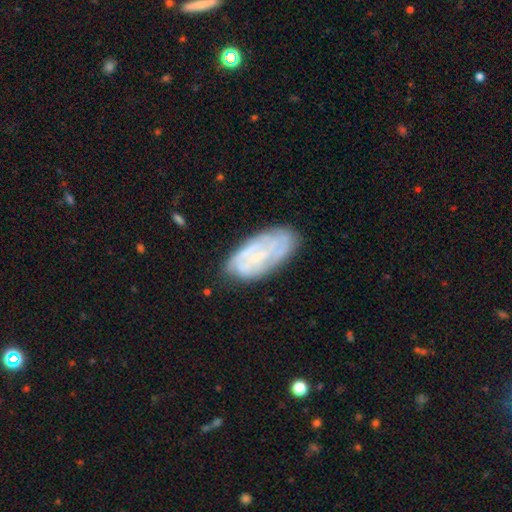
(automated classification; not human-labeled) Smooth or featured?
  - featured or disk: 62% *
  - smooth: 30%
  - star or artifact: 8%
Edge-on disk?
  - no: 93% *
  - yes: 7%
Bar?
  - no: 59% *
  - weak: 31%
  - strong: 11%
Spiral arms?
  - yes: 71% *
  - no: 29%
Bulge size?
  - small: 50% *
  - none: 33%
  - moderate: 14%
  - large: 2%
  - dominant: 1%
Merging?
  - none: 73% *
  - minor disturbance: 19%
  - major disturbance: 6%
  - merger: 2%